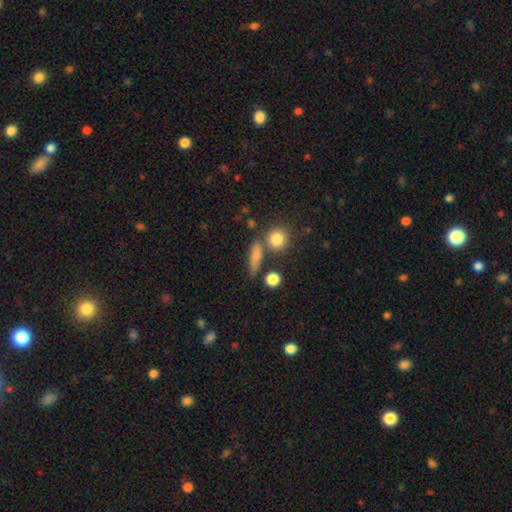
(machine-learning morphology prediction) smooth 75%, featured or disk 14%, star or artifact 11%. Down the decision tree: how rounded — cigar-shaped (47%); merging — none (62%).